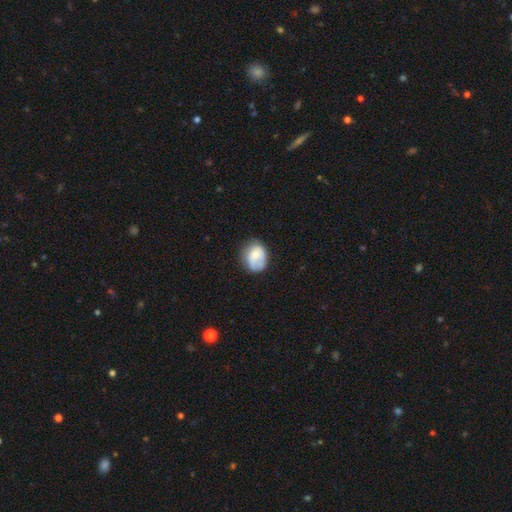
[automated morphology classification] Smooth or featured? smooth (65%)
How rounded? in between (54%)
Merging? none (54%)